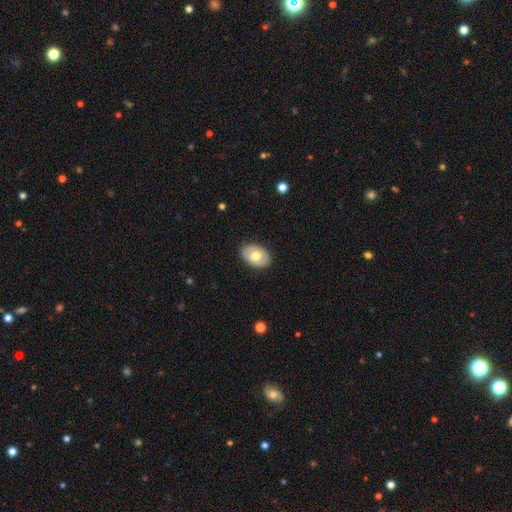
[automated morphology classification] This appears to be a smooth galaxy with no disk features (62%) that is in between round and cigar-shaped (83%). Merging: none (85%).